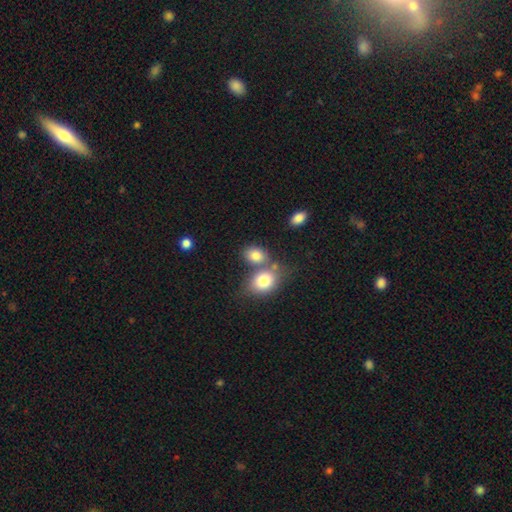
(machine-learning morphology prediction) A smooth galaxy with no disk features (82%) that is in between round and cigar-shaped (64%).

Vote fractions:
- Smooth or featured? smooth: 82% / star or artifact: 10% / featured or disk: 9%
- How rounded? in between: 64% / round: 35% / cigar-shaped: 1%
- Merging? none: 48% / merger: 36% / minor disturbance: 11% / major disturbance: 4%